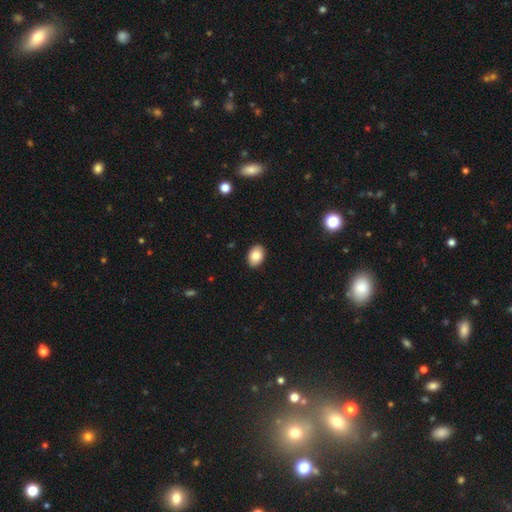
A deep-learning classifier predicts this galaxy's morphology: A smooth galaxy with no disk features (85%) that is in between round and cigar-shaped (82%).

Vote fractions:
- Smooth or featured? smooth: 85% / star or artifact: 8% / featured or disk: 7%
- How rounded? in between: 82% / round: 17% / cigar-shaped: 1%
- Merging? none: 90% / minor disturbance: 7% / major disturbance: 2% / merger: 1%